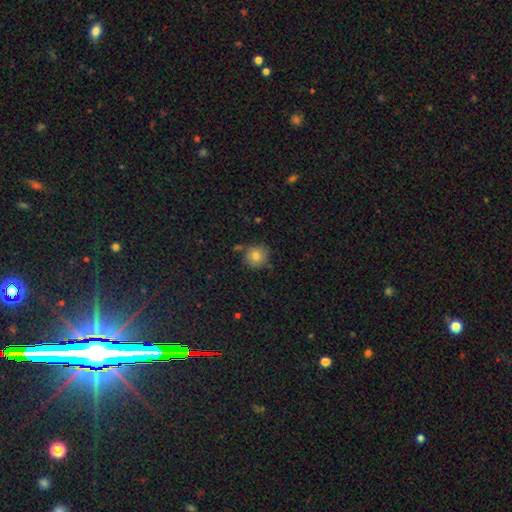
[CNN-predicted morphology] A smooth galaxy with no disk features (81%) that is round (89%). Merging: none (78%).